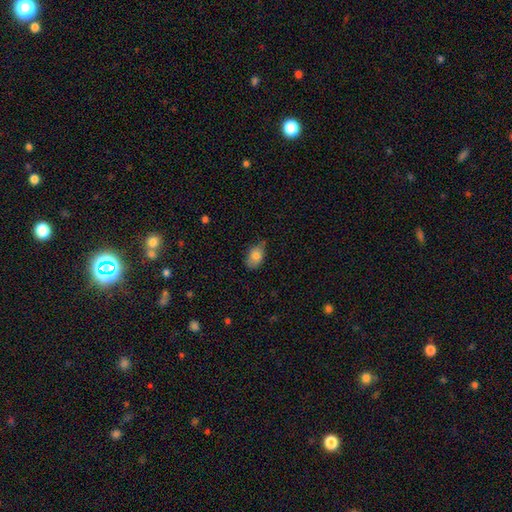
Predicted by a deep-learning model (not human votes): smooth_or_featured: smooth (p=0.82) [alt: featured or disk p=0.10]
how_rounded: in between (p=0.85) [alt: round p=0.13]
merging: none (p=0.58) [alt: minor disturbance p=0.34]